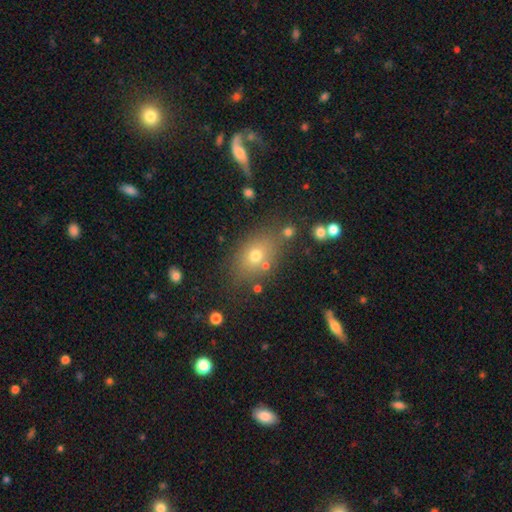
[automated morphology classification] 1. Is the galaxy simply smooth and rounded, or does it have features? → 69% smooth, 16% star or artifact, 15% featured or disk.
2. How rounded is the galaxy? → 68% in between, 30% round, 2% cigar-shaped.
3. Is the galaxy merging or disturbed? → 73% none, 13% minor disturbance, 8% merger, 5% major disturbance.